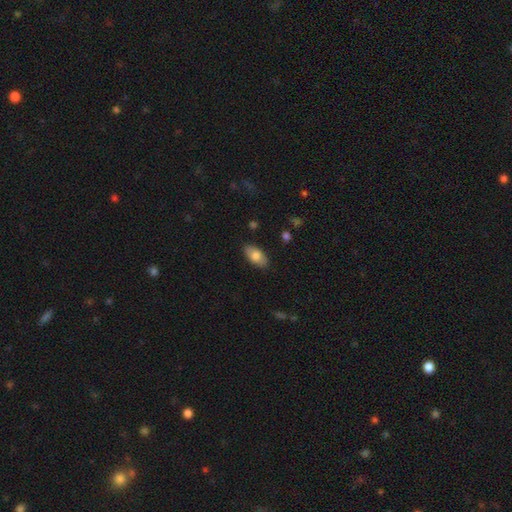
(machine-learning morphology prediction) Smooth or featured? Predicted: smooth (p=0.77). How rounded? Predicted: in between (p=0.93). Merging? Predicted: none (p=0.86).